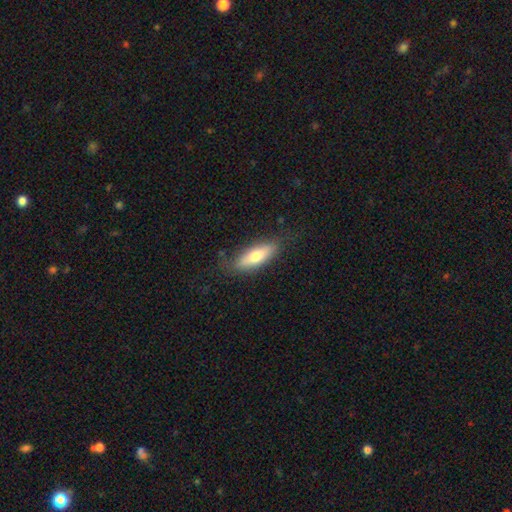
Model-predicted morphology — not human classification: smooth 69%, featured or disk 25%, star or artifact 6%. Down the decision tree: how rounded — in between (62%); merging — none (79%).